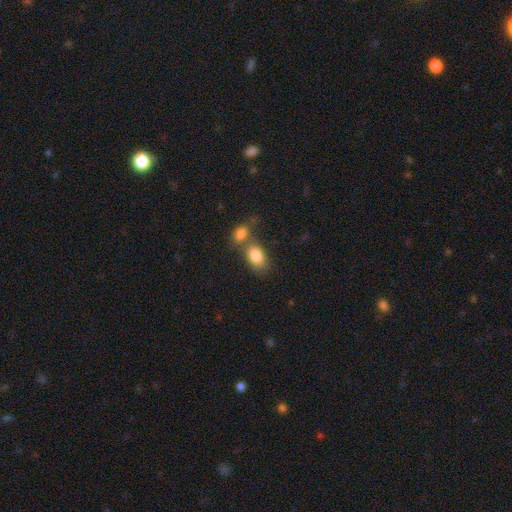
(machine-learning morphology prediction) Q: Smooth or featured?
A: smooth (84%); runner-up: featured or disk (8%)
Q: How rounded?
A: in between (83%); runner-up: round (15%)
Q: Merging?
A: none (44%); runner-up: merger (41%)